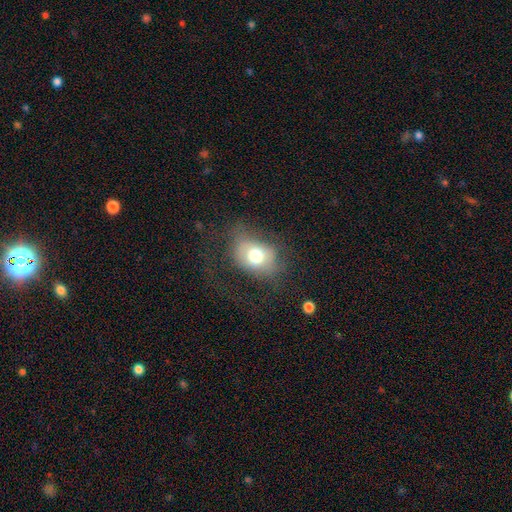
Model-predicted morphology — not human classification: type=smooth (67%); roundness=in between (69%); merging=none (54%).